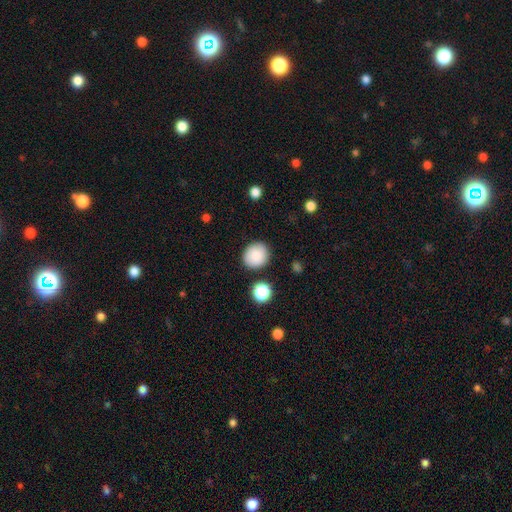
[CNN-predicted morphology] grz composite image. It shows a smooth galaxy with no disk features (85%) that is round (85%). Merging: none (85%).